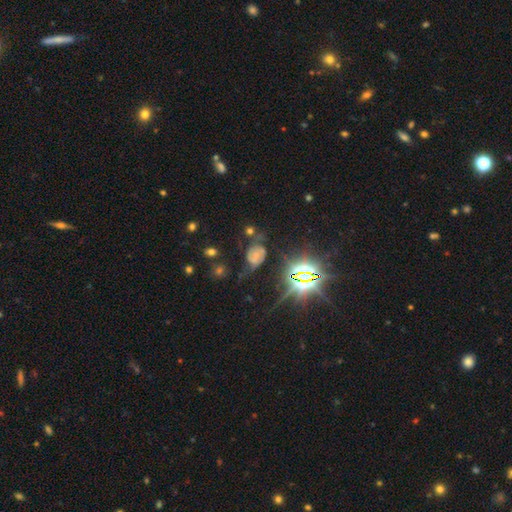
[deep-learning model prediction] This is marginally a featured or disk galaxy (38%). Merging: marginally none (45%).